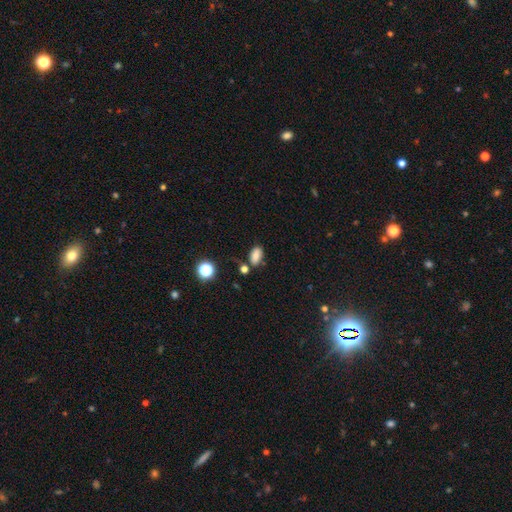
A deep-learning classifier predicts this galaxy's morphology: smooth 81%, star or artifact 13%, featured or disk 7%. Down the decision tree: how rounded — in between (88%); merging — none (67%).